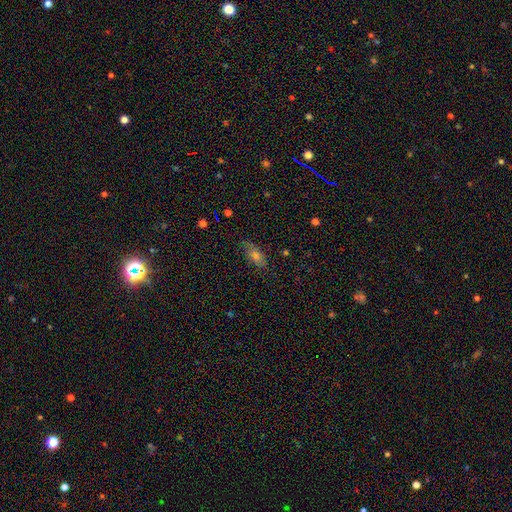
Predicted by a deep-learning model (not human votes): The model was most divided on "smooth or featured": smooth: 59%, featured or disk: 26%, star or artifact: 15%. More confident: merging — none (75%); how rounded — in between (73%).